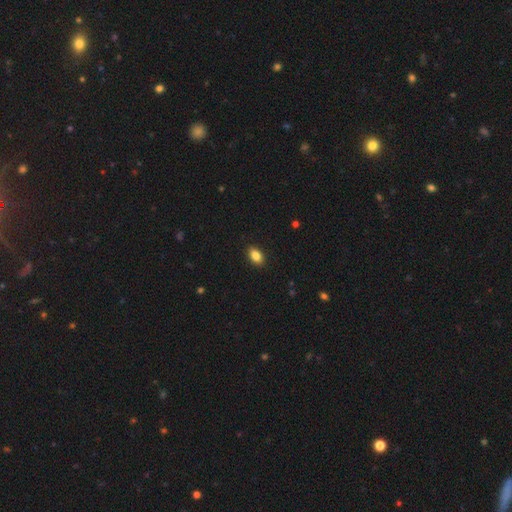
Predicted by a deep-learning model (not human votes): Smooth or featured? smooth (86%)
How rounded? in between (86%)
Merging? none (90%)